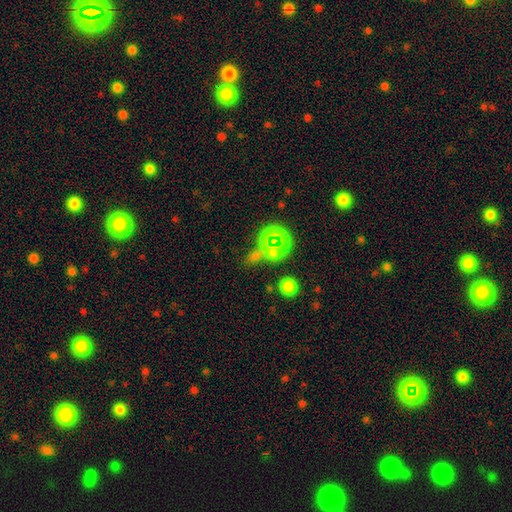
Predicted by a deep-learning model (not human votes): smooth-or-featured: star or artifact: 53% | smooth: 37% | featured or disk: 10%